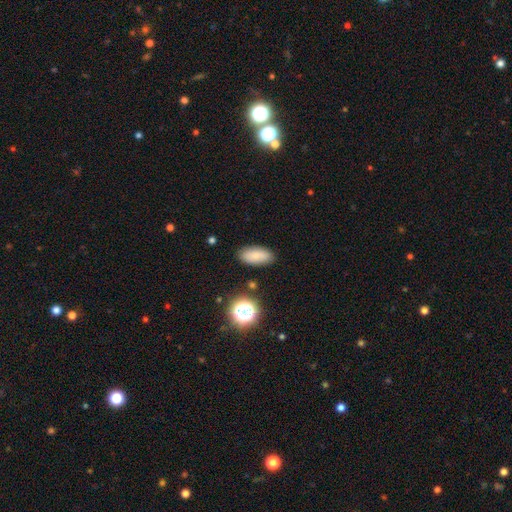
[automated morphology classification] This is likely a smooth galaxy (77%). How rounded: clearly in between (87%). Merging: clearly none (85%).